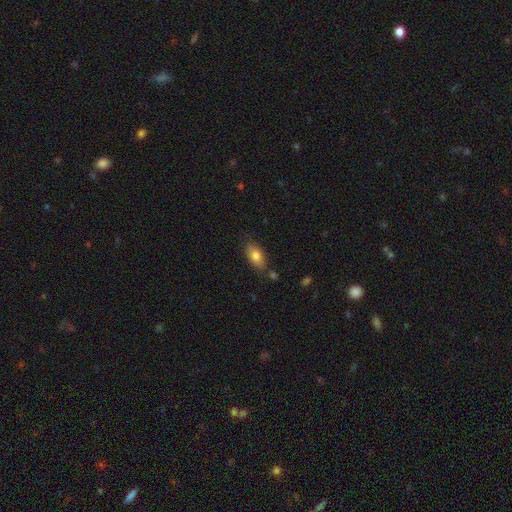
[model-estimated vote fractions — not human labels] Smooth or featured? Predicted: smooth (p=0.80). How rounded? Predicted: in between (p=0.89). Merging? Predicted: none (p=0.75).